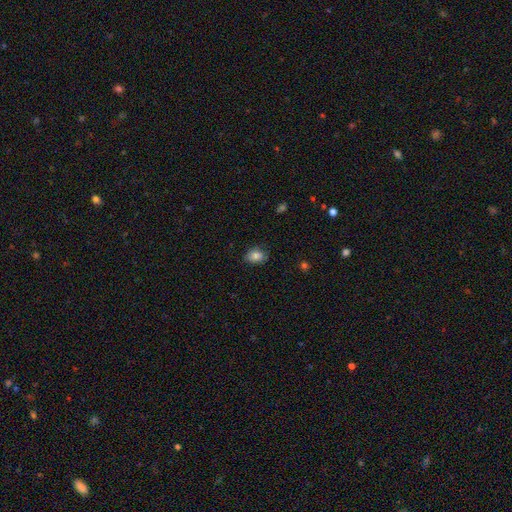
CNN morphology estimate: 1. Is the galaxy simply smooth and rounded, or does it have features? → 83% smooth, 9% star or artifact, 7% featured or disk.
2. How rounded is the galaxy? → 68% in between, 30% round, 1% cigar-shaped.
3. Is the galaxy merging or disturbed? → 75% none, 20% minor disturbance, 4% major disturbance, 1% merger.